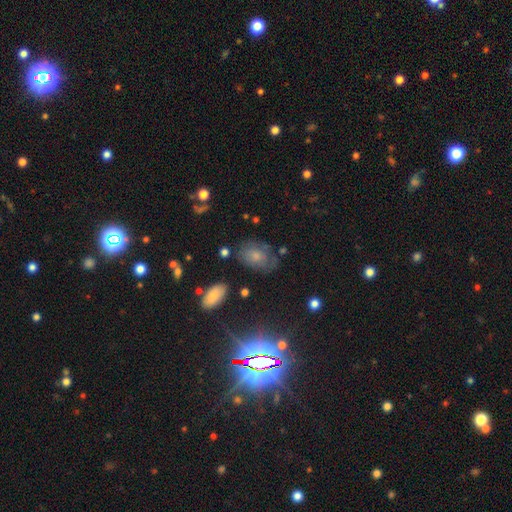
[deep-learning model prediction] Smooth or featured? Predicted: smooth (p=0.59). How rounded? Predicted: in between (p=0.78). Merging? Predicted: none (p=0.60).